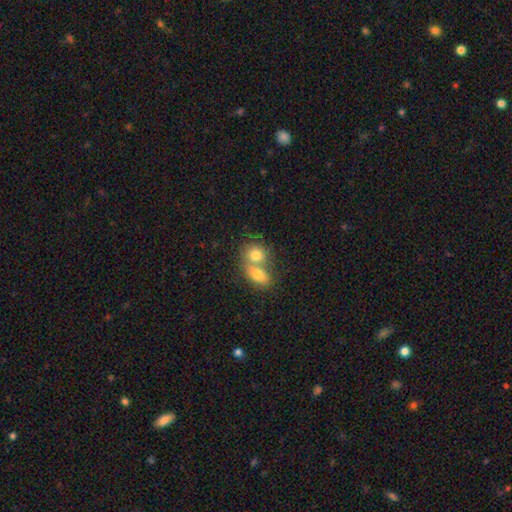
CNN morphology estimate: Smooth or featured: smooth — 75% (featured or disk — 17%)
How rounded: in between — 50% (round — 48%)
Merging: merger — 69% (none — 22%)